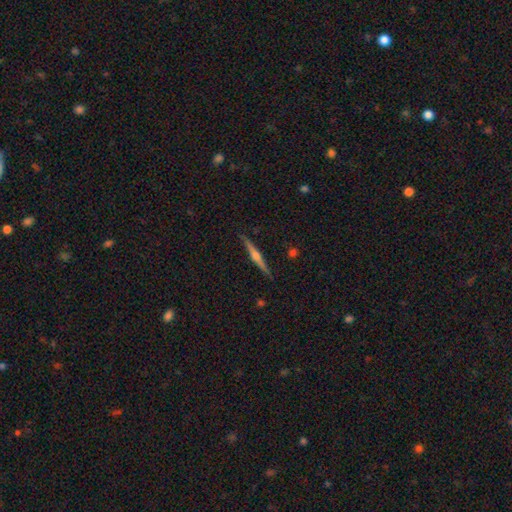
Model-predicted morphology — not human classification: Q: Smooth or featured?
A: featured or disk (79%); runner-up: smooth (15%)
Q: Edge-on disk?
A: yes (98%); runner-up: no (2%)
Q: Edge-on bulge?
A: rounded (91%); runner-up: boxy (5%)
Q: Merging?
A: none (91%); runner-up: minor disturbance (7%)